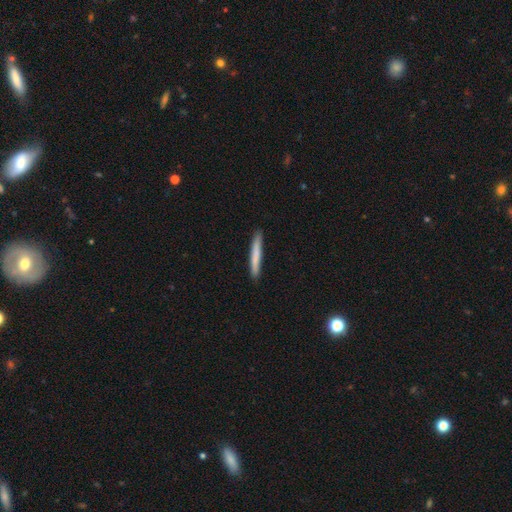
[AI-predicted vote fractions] Morphology: type=smooth (74%); roundness=cigar-shaped (96%); merging=none (90%).